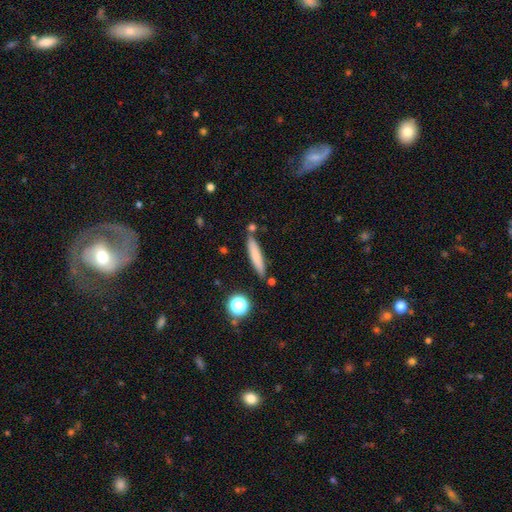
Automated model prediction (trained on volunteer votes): Smooth or featured? smooth (74%)
How rounded? cigar-shaped (89%)
Merging? none (79%)